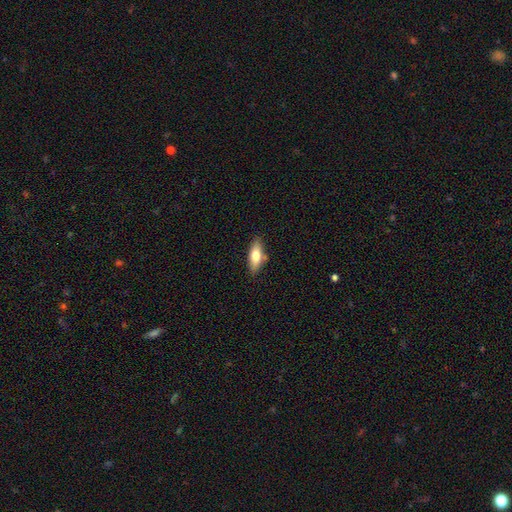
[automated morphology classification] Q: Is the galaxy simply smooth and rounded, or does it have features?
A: smooth — 67%.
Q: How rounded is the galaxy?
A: in between — 68%.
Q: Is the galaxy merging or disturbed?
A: none — 79%.